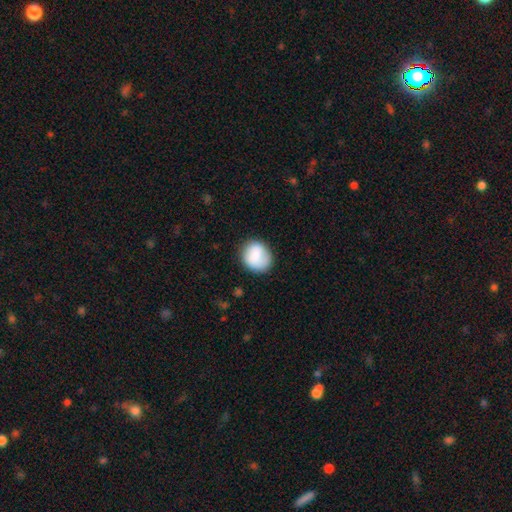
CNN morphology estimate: Overall: smooth (84%). How rounded: round (72%). Merging: none (76%).